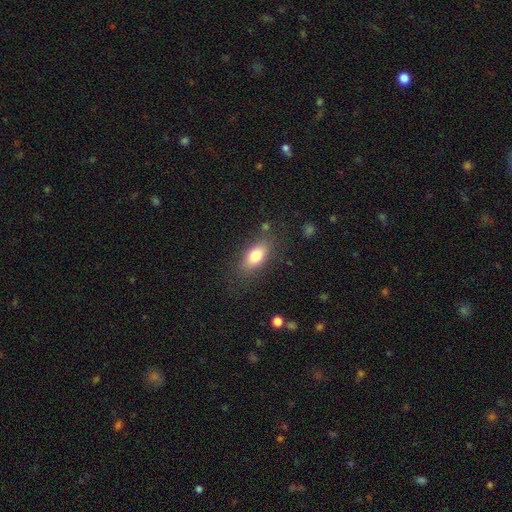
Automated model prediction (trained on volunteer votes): The model was most divided on "smooth or featured": smooth: 78%, featured or disk: 14%, star or artifact: 8%. More confident: how rounded — in between (84%); merging — none (79%).